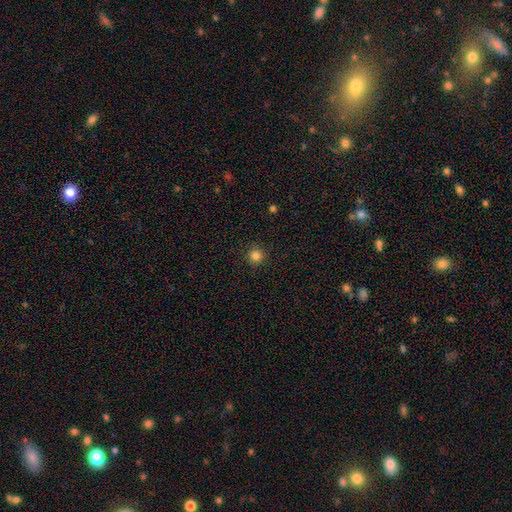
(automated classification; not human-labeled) Smooth or featured? Predicted: smooth (p=0.83). How rounded? Predicted: round (p=0.95). Merging? Predicted: none (p=0.92).